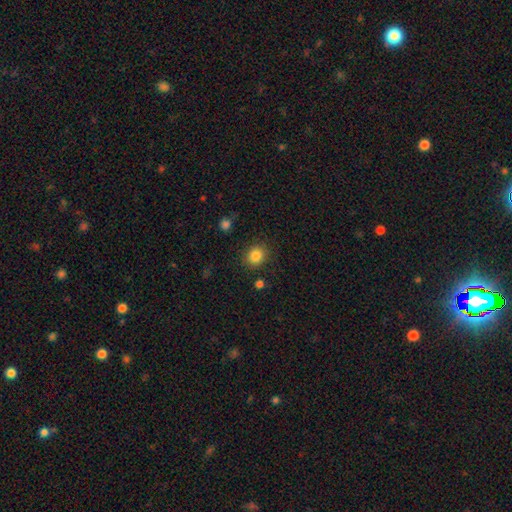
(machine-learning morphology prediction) Smooth or featured: smooth — 85% (star or artifact — 11%)
How rounded: round — 74% (in between — 26%)
Merging: none — 86% (minor disturbance — 9%)